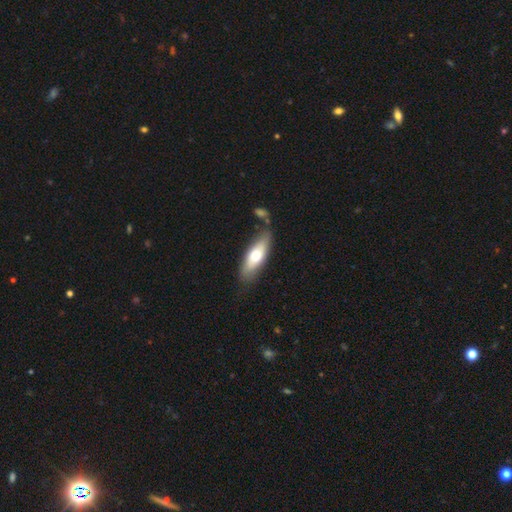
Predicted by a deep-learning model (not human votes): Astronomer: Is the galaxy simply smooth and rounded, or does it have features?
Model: smooth — 59% (runner-up: featured or disk, 35%).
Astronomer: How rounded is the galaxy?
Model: in between — 58% (runner-up: cigar-shaped, 40%).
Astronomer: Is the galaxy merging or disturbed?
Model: none — 73%.